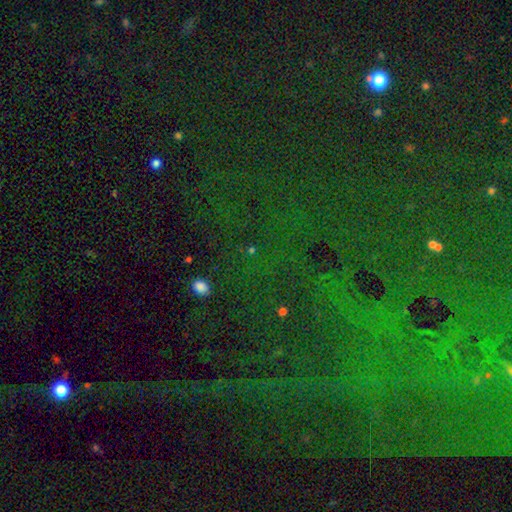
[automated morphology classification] Overall: star or artifact (79%).